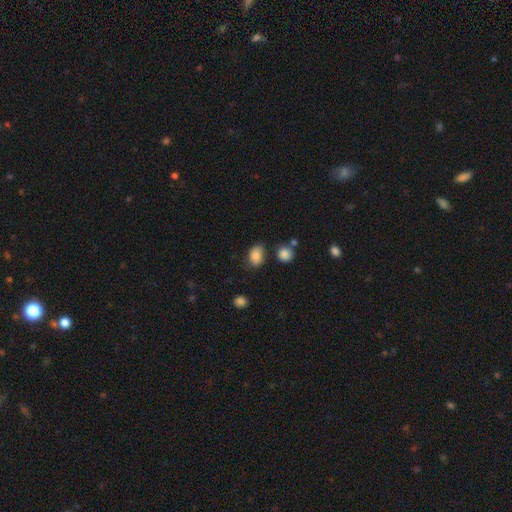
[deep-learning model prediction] smooth 81%, featured or disk 10%, star or artifact 9%. Down the decision tree: how rounded — in between (74%); merging — none (69%).